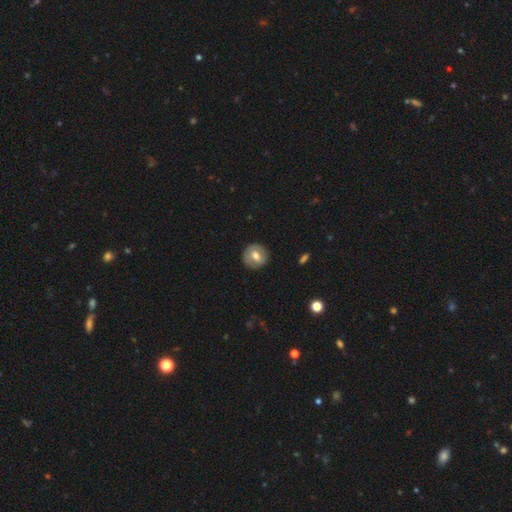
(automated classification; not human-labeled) This is possibly a smooth galaxy (54%). How rounded: clearly round (87%). Merging: clearly none (85%).